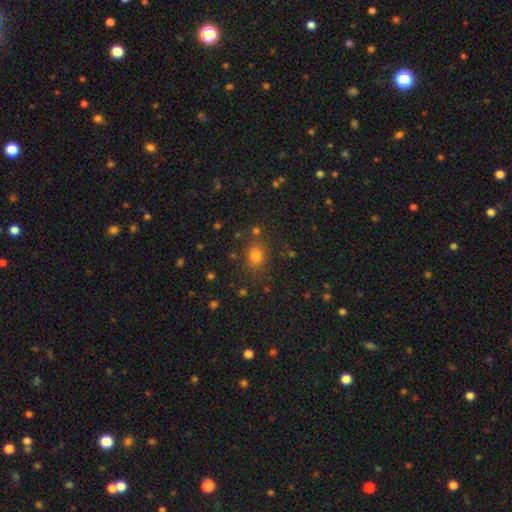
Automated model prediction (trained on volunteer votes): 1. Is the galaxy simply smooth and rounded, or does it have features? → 75% smooth, 17% star or artifact, 7% featured or disk.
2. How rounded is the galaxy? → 57% round, 42% in between, 1% cigar-shaped.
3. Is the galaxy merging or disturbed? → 78% none, 12% minor disturbance, 5% major disturbance, 5% merger.